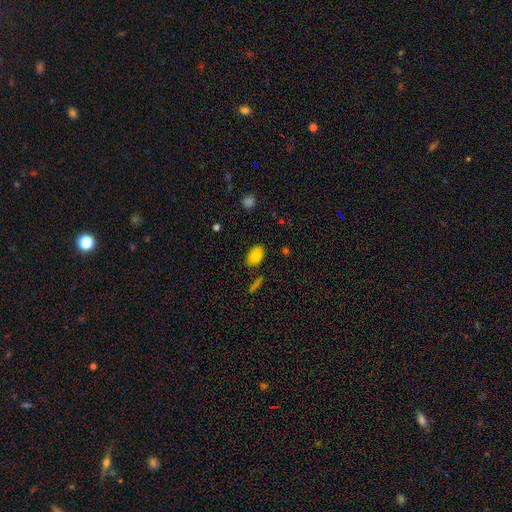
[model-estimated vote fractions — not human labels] This is clearly a smooth galaxy (84%). How rounded: clearly in between (90%). Merging: clearly none (82%).